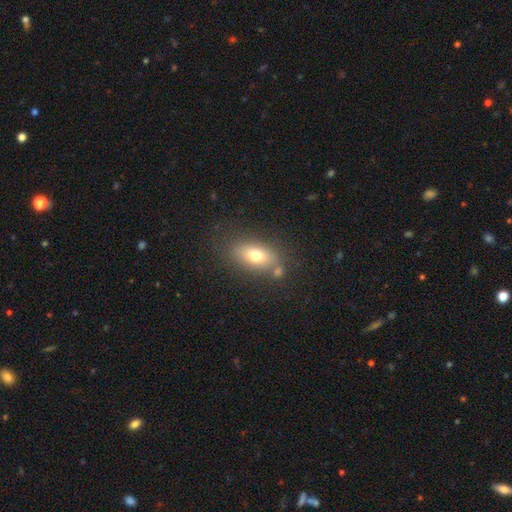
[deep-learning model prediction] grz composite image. It shows a smooth galaxy with no disk features (73%) that is in between round and cigar-shaped (84%). Merging: none (68%).